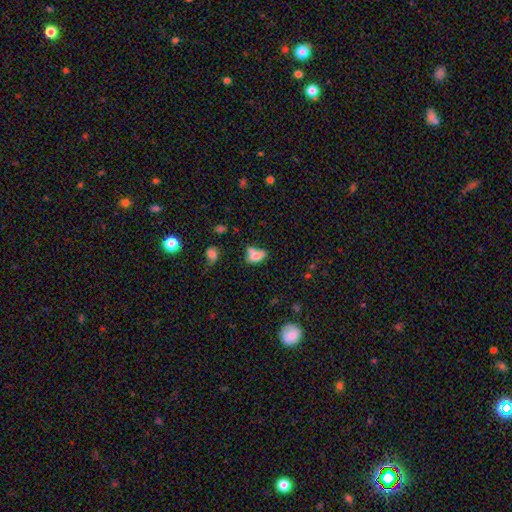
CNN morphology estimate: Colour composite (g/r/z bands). It shows a smooth galaxy with no disk features (71%) that is in between round and cigar-shaped (80%). Merging: merger (38%).